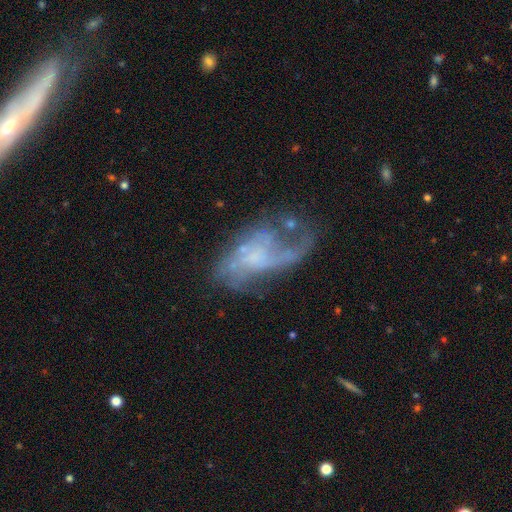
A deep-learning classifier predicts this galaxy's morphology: Q: Smooth or featured?
A: featured or disk (71%); runner-up: smooth (19%)
Q: Edge-on disk?
A: no (96%); runner-up: yes (4%)
Q: Bar?
A: no (71%); runner-up: weak (25%)
Q: Spiral arms?
A: yes (66%); runner-up: no (34%)
Q: Bulge size?
A: none (52%); runner-up: small (30%)
Q: Merging?
A: major disturbance (37%); runner-up: none (36%)